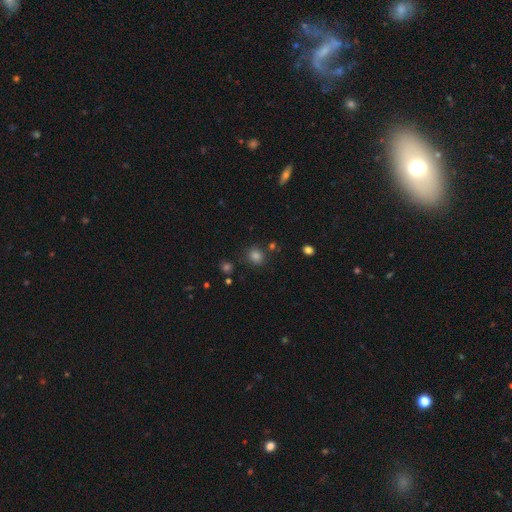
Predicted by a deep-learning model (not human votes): Smooth or featured?
  - smooth: 78% *
  - star or artifact: 17%
  - featured or disk: 5%
How rounded?
  - round: 75% *
  - in between: 24%
  - cigar-shaped: 1%
Merging?
  - none: 82% *
  - minor disturbance: 10%
  - merger: 5%
  - major disturbance: 3%